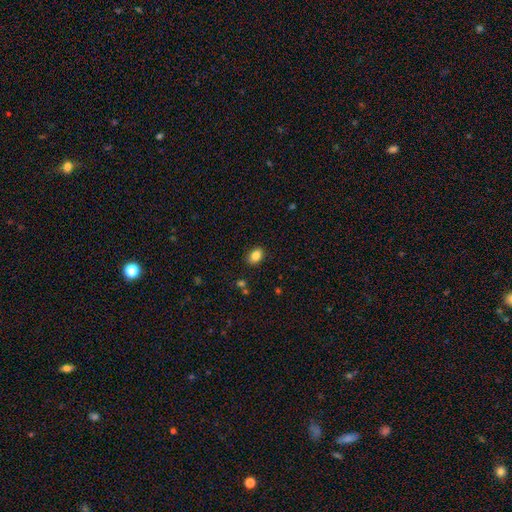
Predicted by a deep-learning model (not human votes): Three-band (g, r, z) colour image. It shows a smooth galaxy with no disk features (85%) that is in between round and cigar-shaped (76%). Merging: none (87%).